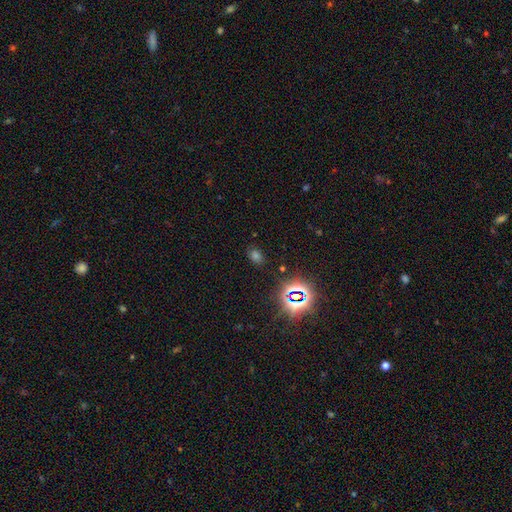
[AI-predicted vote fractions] A smooth galaxy with no disk features (48%).

Vote fractions:
- Smooth or featured? smooth: 48% / star or artifact: 45% / featured or disk: 7%
- Merging? none: 84% / minor disturbance: 10% / major disturbance: 4% / merger: 2%